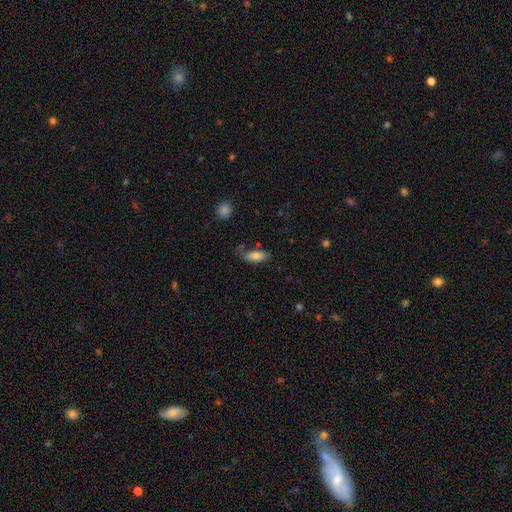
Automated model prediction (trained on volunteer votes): Smooth or featured: smooth — 79% (featured or disk — 13%)
How rounded: in between — 81% (cigar-shaped — 16%)
Merging: none — 60% (minor disturbance — 26%)